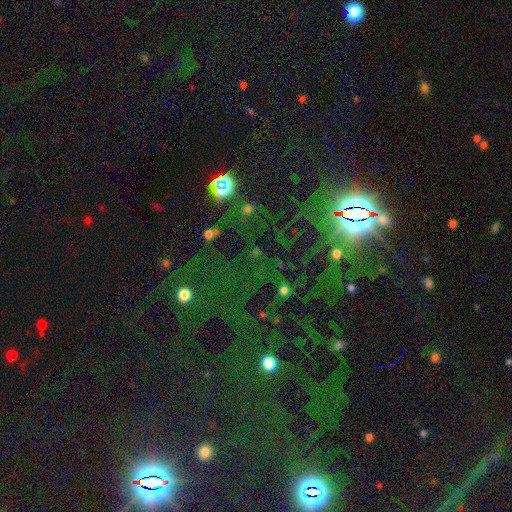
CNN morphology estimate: Q: Smooth or featured?
A: star or artifact (81%); runner-up: smooth (12%)